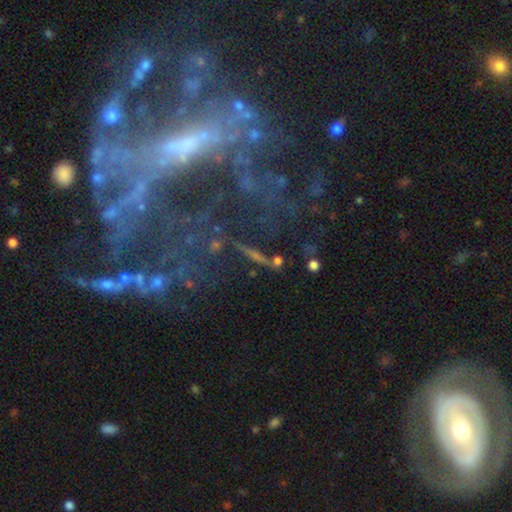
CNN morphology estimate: Smooth or featured? featured or disk (49%)
Merging? none (75%)